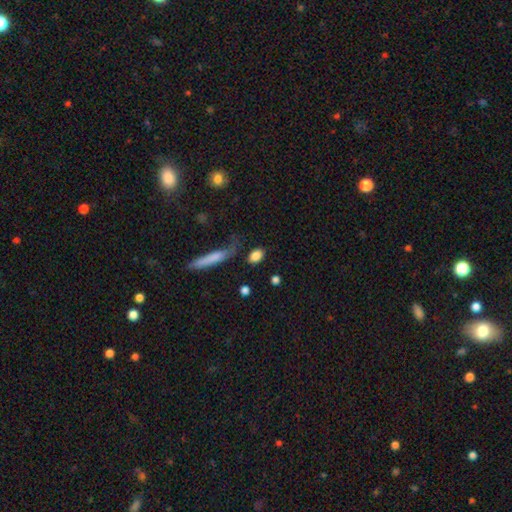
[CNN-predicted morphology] Smooth or featured? Predicted: smooth (p=0.85). How rounded? Predicted: in between (p=0.75). Merging? Predicted: none (p=0.70).